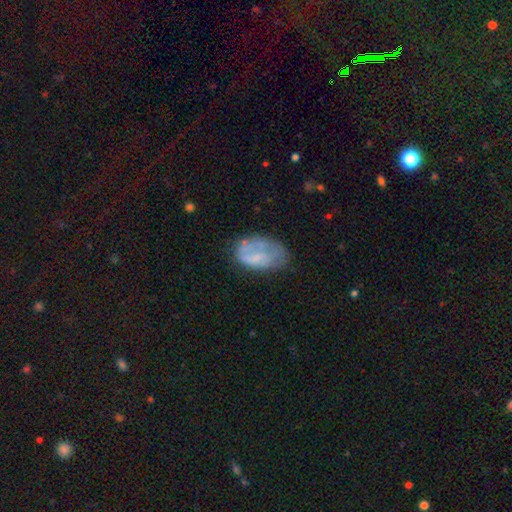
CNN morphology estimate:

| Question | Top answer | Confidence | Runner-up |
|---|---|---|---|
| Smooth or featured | smooth | 54% | featured or disk (38%) |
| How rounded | in between | 92% | round (6%) |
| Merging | none | 45% | minor disturbance (31%) |